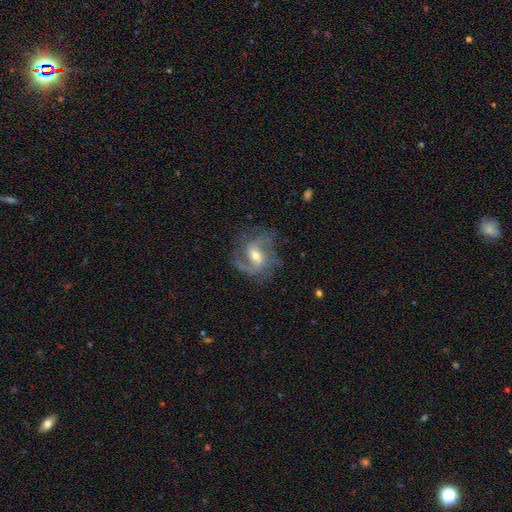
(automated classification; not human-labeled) Smooth or featured: featured or disk — 87% (smooth — 7%)
Edge-on disk: no — 97% (yes — 3%)
Bar: weak — 48% (no — 33%)
Spiral arms: yes — 96% (no — 4%)
Spiral winding: medium — 51% (tight — 27%)
Spiral arm count: 2 — 49% (3 — 25%)
Bulge size: moderate — 57% (small — 38%)
Merging: none — 72% (minor disturbance — 17%)